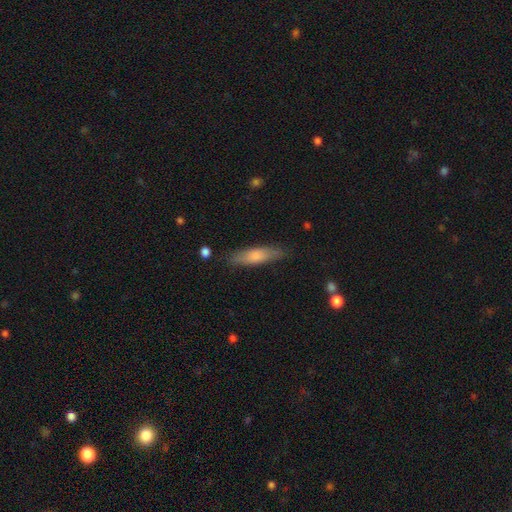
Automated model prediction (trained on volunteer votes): This appears to be a smooth galaxy with no disk features (70%) that is cigar-shaped (68%). Merging: none (82%).